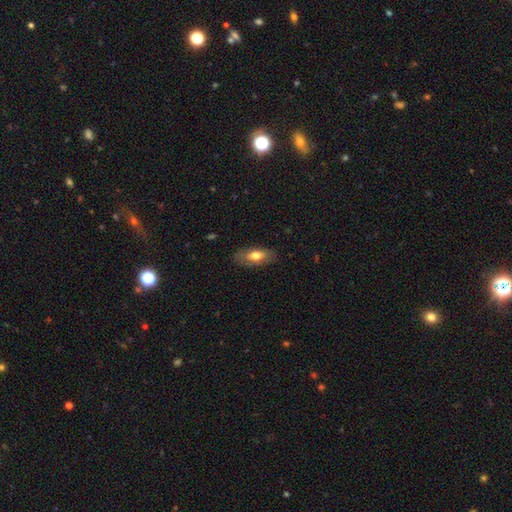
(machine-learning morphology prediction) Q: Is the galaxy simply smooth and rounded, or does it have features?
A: smooth — 64%.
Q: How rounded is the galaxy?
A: in between — 84%.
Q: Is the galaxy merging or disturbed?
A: none — 80%.